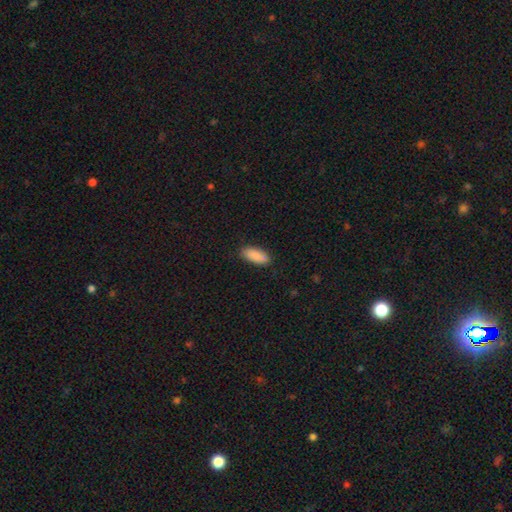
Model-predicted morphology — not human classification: smooth 90%, star or artifact 6%, featured or disk 4%. Down the decision tree: how rounded — in between (82%); merging — none (88%).